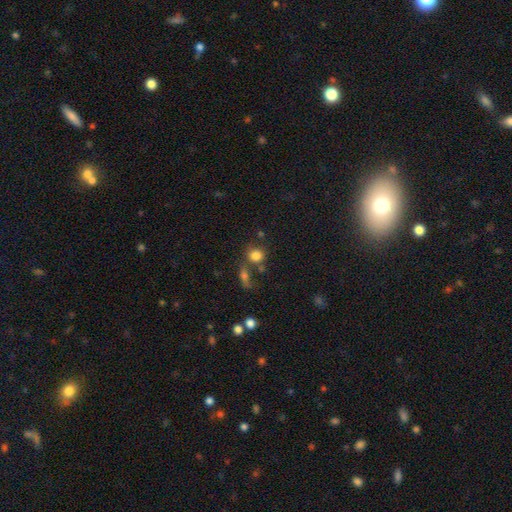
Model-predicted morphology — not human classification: The model was most divided on "merging": none: 58%, merger: 23%, minor disturbance: 12%, major disturbance: 7%. More confident: how rounded — round (81%); smooth or featured — smooth (80%).